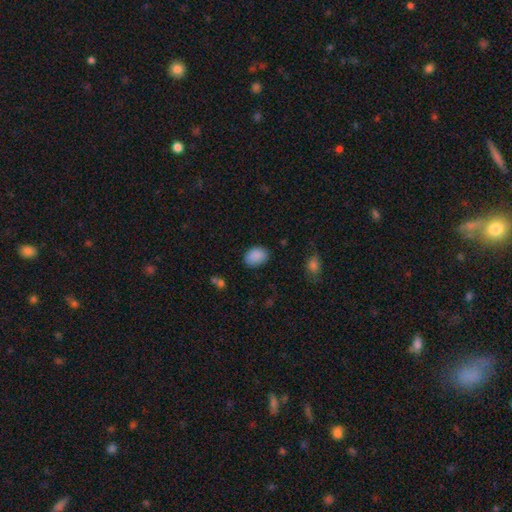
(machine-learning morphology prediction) type=smooth (88%); roundness=in between (73%); merging=none (81%).